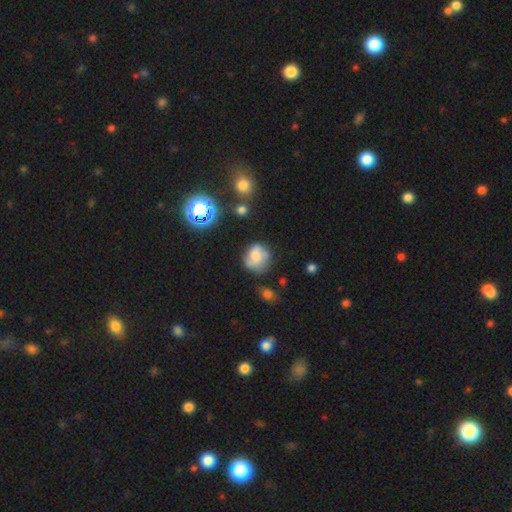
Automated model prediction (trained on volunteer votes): Smooth or featured? smooth (56%)
How rounded? round (71%)
Merging? none (53%)